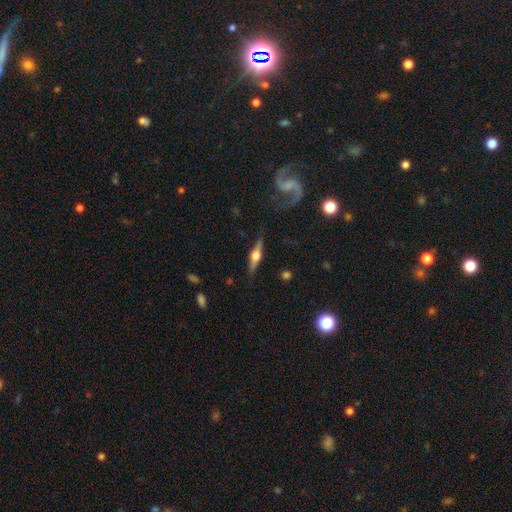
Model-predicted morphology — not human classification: A featured or disk galaxy (76%) viewed edge-on (96%) with a rounded central bulge (94%). Merging: none (83%).